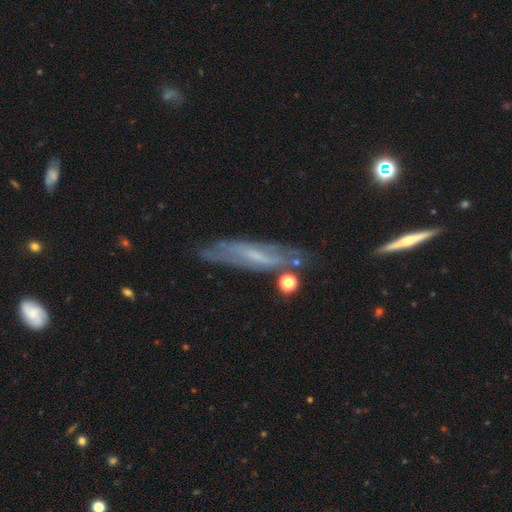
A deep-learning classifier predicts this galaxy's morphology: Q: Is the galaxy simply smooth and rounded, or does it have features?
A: featured or disk — 62%.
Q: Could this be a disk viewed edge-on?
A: no — 54%.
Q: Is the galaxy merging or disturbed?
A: none — 64%.